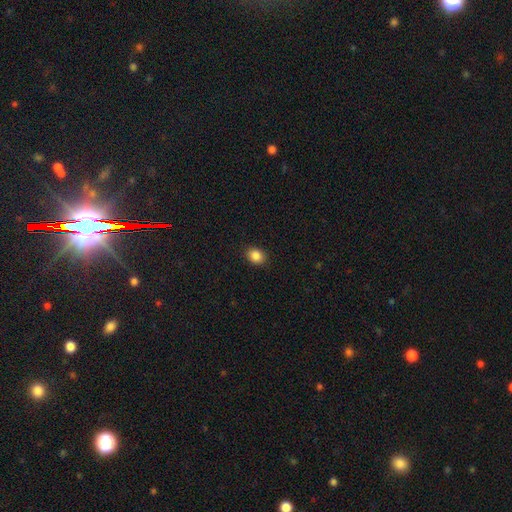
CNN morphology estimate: smooth-or-featured: smooth: 86% | star or artifact: 10% | featured or disk: 4%
  how-rounded: in between: 57% | round: 42% | cigar-shaped: 1%
  merging: none: 89% | minor disturbance: 8% | major disturbance: 2% | merger: 1%